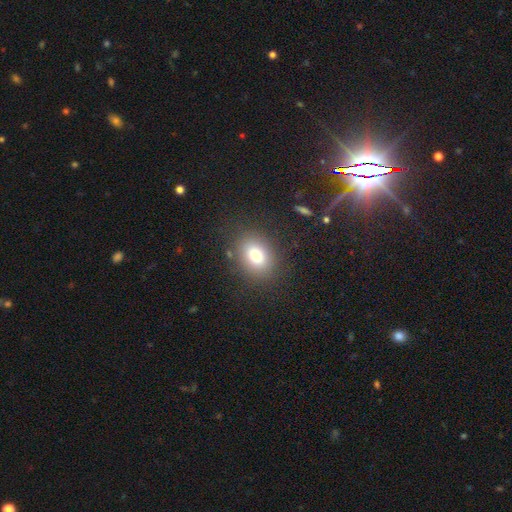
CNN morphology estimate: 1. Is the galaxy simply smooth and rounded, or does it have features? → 78% smooth, 11% star or artifact, 10% featured or disk.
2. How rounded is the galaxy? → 64% in between, 34% round, 1% cigar-shaped.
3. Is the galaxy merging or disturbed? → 84% none, 10% minor disturbance, 5% major disturbance, 2% merger.